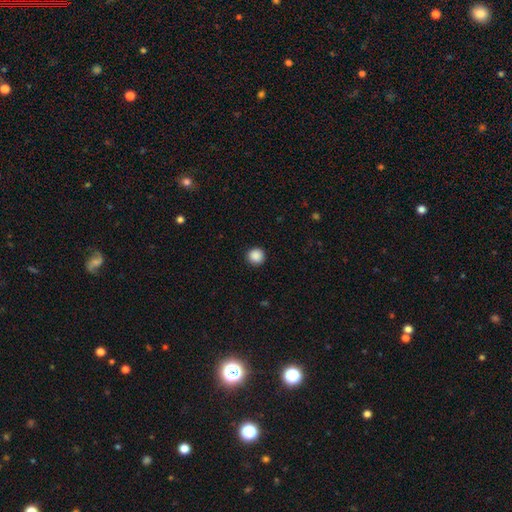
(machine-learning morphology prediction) This appears to be a smooth galaxy with no disk features (88%) that is round (94%). Merging: none (92%).